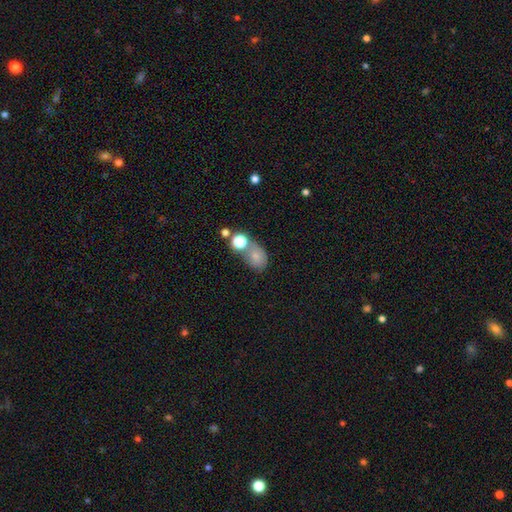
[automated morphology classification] This is likely a smooth galaxy (71%). How rounded: likely in between (65%). Merging: marginally none (40%).